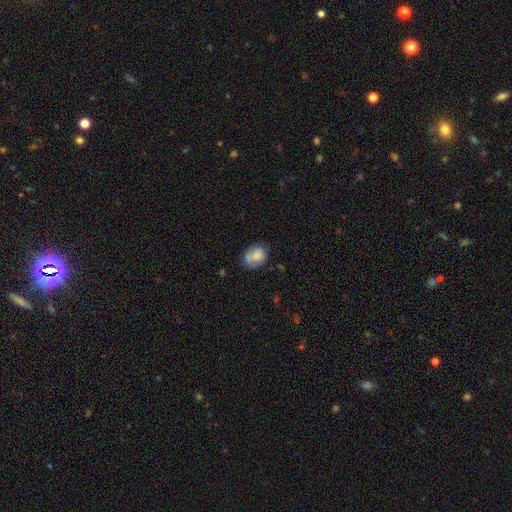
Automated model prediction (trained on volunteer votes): Q: Smooth or featured?
A: smooth (73%); runner-up: featured or disk (18%)
Q: How rounded?
A: in between (57%); runner-up: round (42%)
Q: Merging?
A: none (54%); runner-up: minor disturbance (26%)